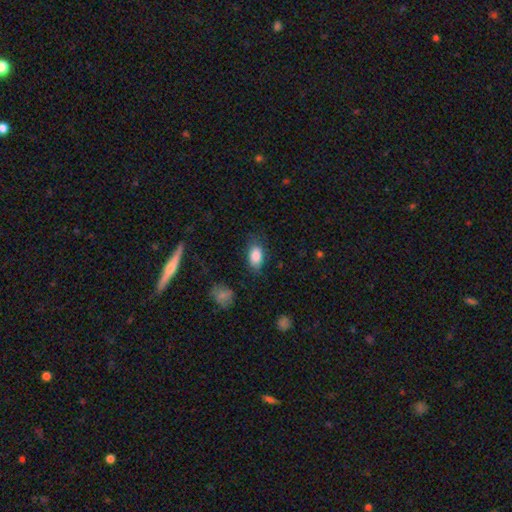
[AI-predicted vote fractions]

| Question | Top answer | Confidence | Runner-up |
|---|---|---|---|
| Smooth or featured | smooth | 87% | star or artifact (7%) |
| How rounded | in between | 90% | round (7%) |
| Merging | none | 76% | minor disturbance (18%) |